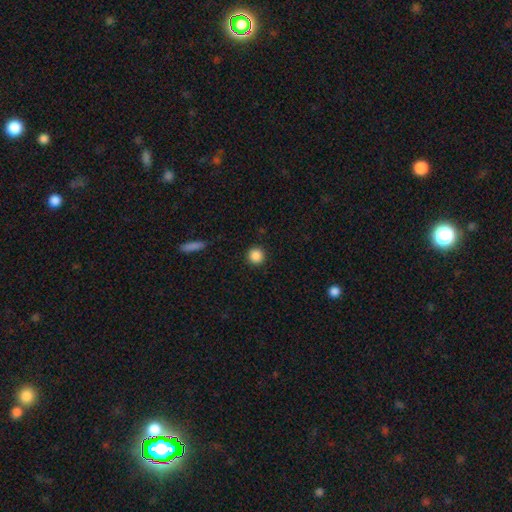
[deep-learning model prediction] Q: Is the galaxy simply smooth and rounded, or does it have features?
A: smooth — 87%.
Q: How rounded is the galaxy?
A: round — 95%.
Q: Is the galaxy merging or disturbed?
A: none — 92%.